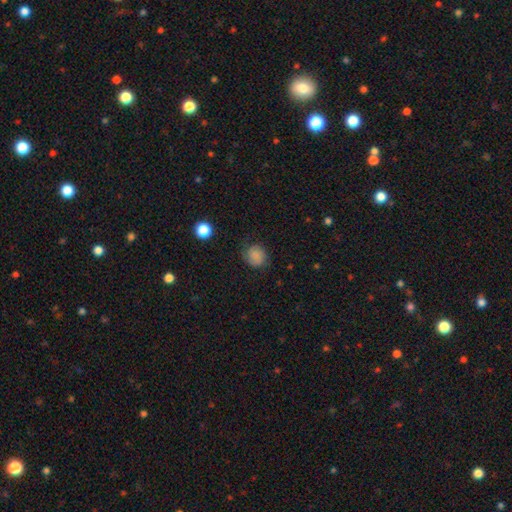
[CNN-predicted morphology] This is likely a smooth galaxy (80%). How rounded: clearly round (81%). Merging: likely none (74%).